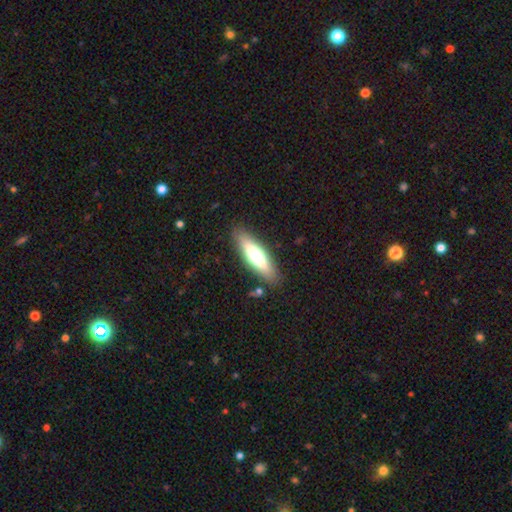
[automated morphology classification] type=smooth (57%); roundness=cigar-shaped (62%); merging=none (86%).